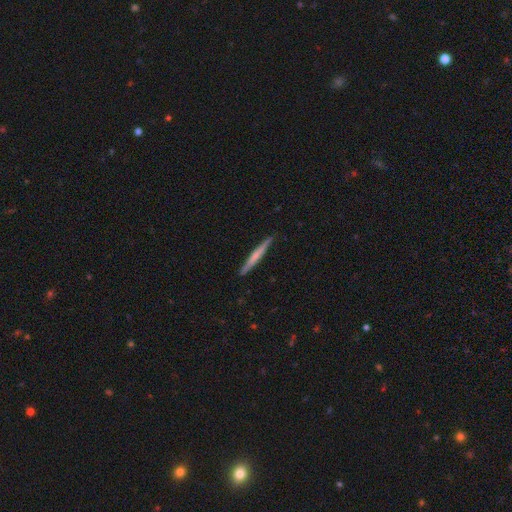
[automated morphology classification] smooth 50%, featured or disk 44%, star or artifact 5%. Down the decision tree: how rounded — cigar-shaped (97%); merging — none (91%).